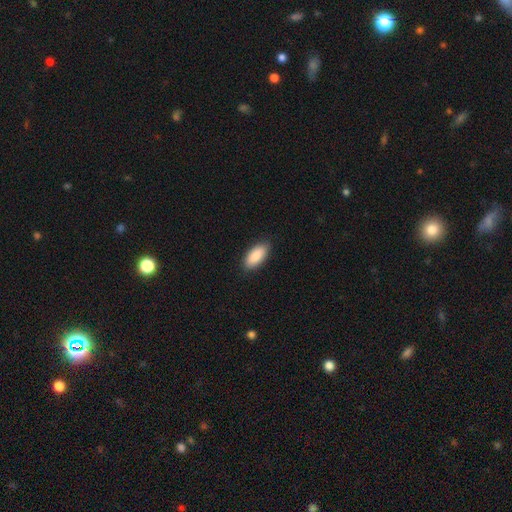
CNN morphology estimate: smooth 90%, star or artifact 5%, featured or disk 5%. Down the decision tree: how rounded — in between (90%); merging — none (88%).